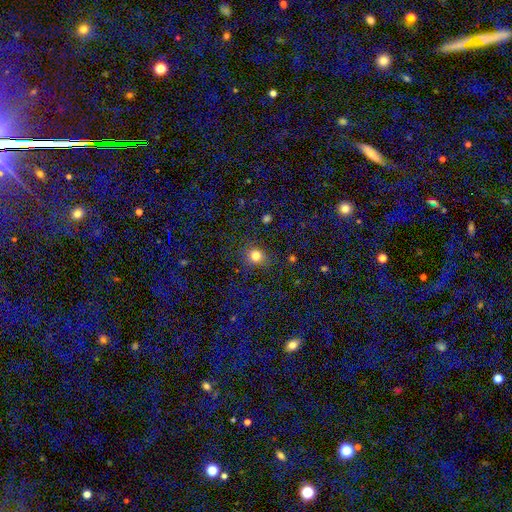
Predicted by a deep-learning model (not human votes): A smooth galaxy with no disk features (79%) that is round (75%). Merging: none (84%).